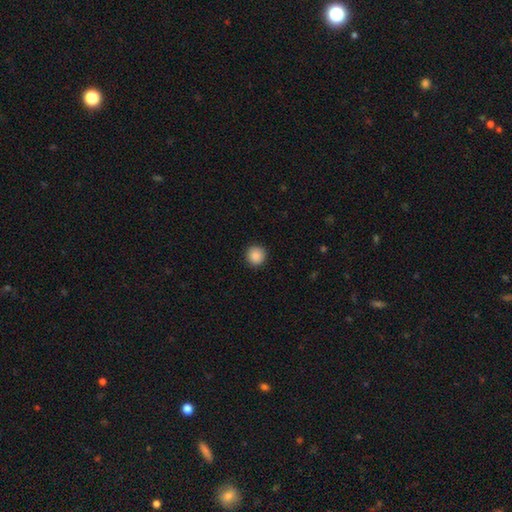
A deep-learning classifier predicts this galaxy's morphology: Smooth or featured: smooth — 88% (star or artifact — 9%)
How rounded: round — 95% (in between — 4%)
Merging: none — 92% (minor disturbance — 6%)